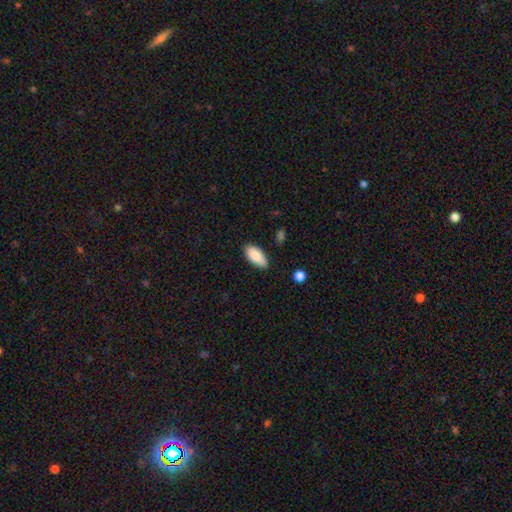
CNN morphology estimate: Smooth or featured? smooth (88%)
How rounded? in between (91%)
Merging? none (79%)